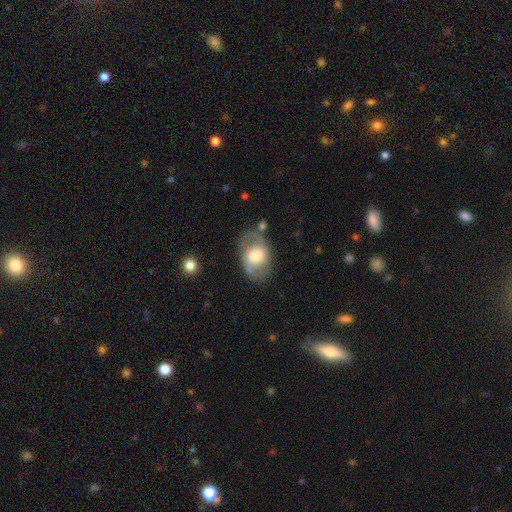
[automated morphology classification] Smooth or featured? smooth (53%)
How rounded? in between (77%)
Merging? none (62%)